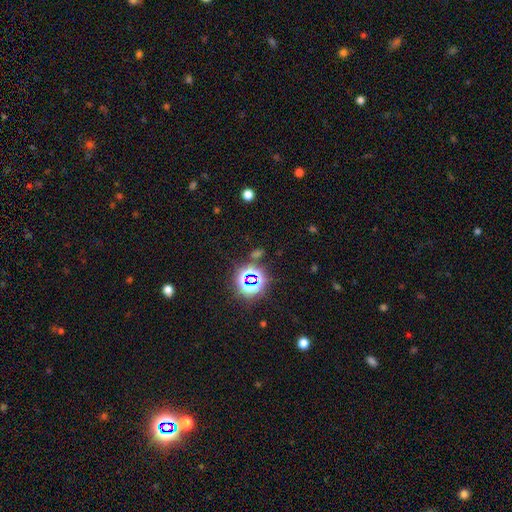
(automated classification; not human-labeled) A star or artifact, not a galaxy (73%).

Vote fractions:
- Smooth or featured? star or artifact: 73% / smooth: 19% / featured or disk: 8%